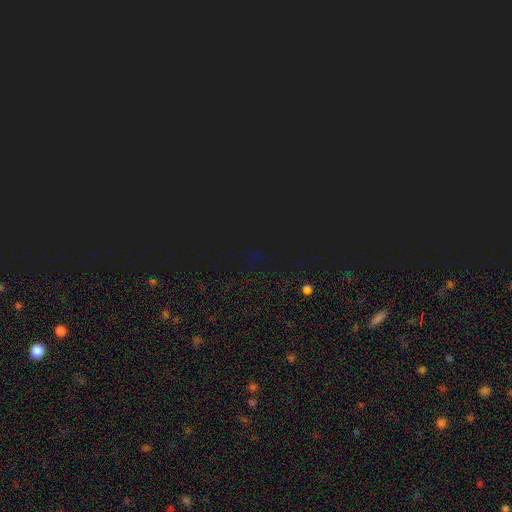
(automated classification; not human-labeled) smooth_or_featured: star or artifact (p=0.82) [alt: smooth p=0.12]